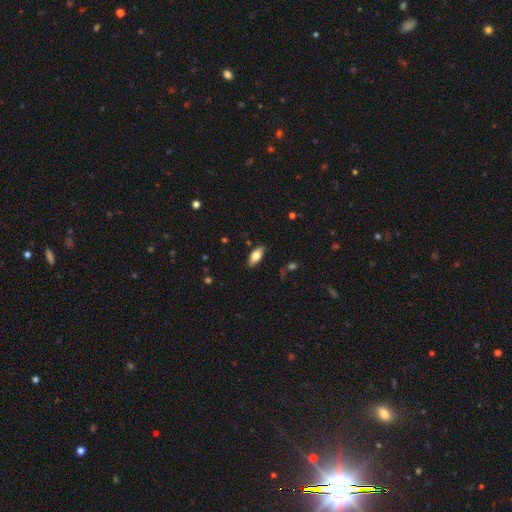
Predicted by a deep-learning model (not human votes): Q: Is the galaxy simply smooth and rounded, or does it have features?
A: smooth — 74%.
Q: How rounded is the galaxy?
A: in between — 84%.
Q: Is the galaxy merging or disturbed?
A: none — 85%.